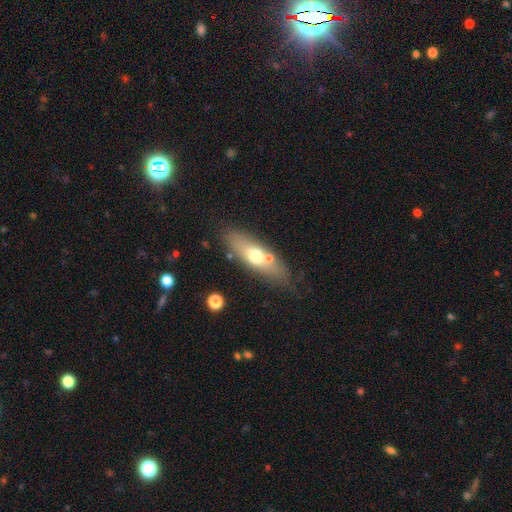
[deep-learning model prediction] Smooth or featured: smooth — 58% (featured or disk — 35%)
How rounded: in between — 55% (cigar-shaped — 41%)
Merging: none — 70% (minor disturbance — 15%)